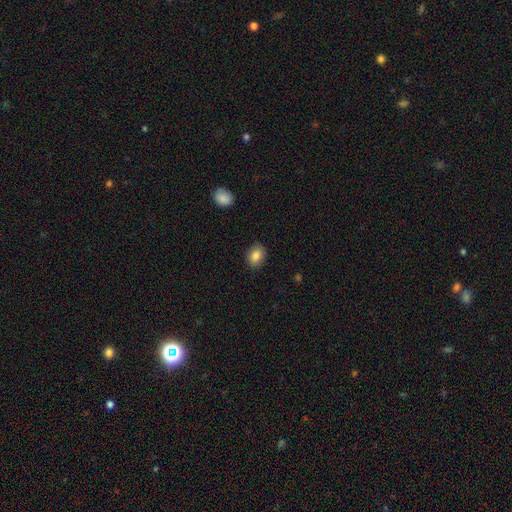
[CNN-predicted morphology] This is clearly a smooth galaxy (86%). How rounded: likely in between (70%). Merging: clearly none (85%).